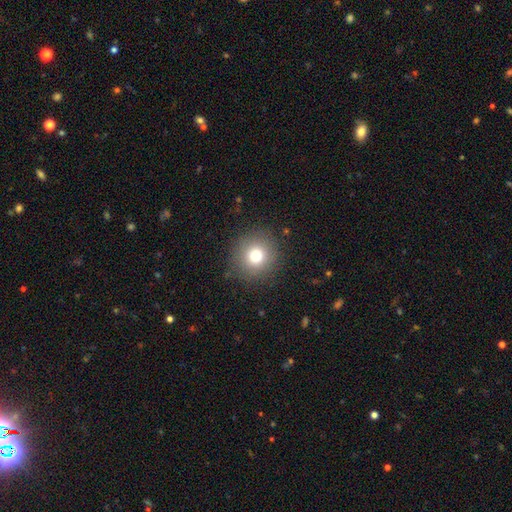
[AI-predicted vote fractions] smooth-or-featured: smooth: 78% | star or artifact: 12% | featured or disk: 9%
  how-rounded: round: 93% | in between: 6% | cigar-shaped: 1%
  merging: none: 88% | minor disturbance: 7% | major disturbance: 3% | merger: 1%